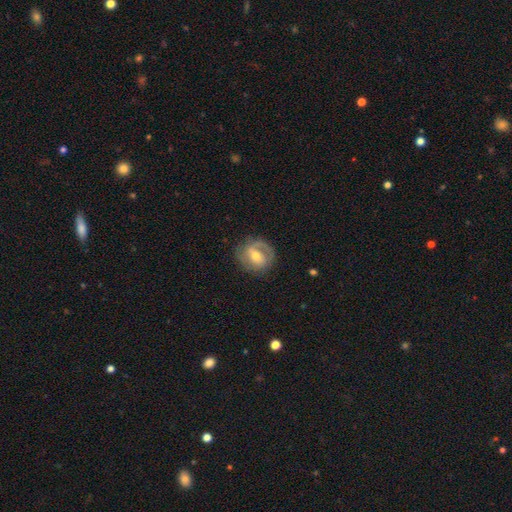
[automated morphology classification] Smooth or featured? featured or disk (67%)
Edge-on disk? no (96%)
Bar? weak (44%)
Spiral arms? yes (80%)
Spiral winding? tight (41%, tied with medium)
Spiral arm count? 2 (58%)
Bulge size? moderate (64%)
Merging? none (72%)